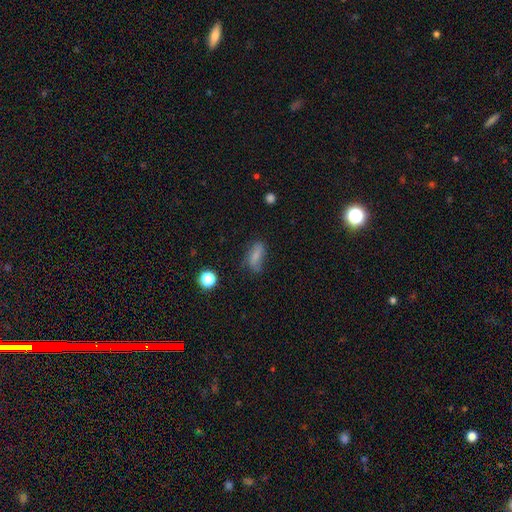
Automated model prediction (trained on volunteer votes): Smooth or featured? smooth (71%)
How rounded? in between (74%)
Merging? none (60%)